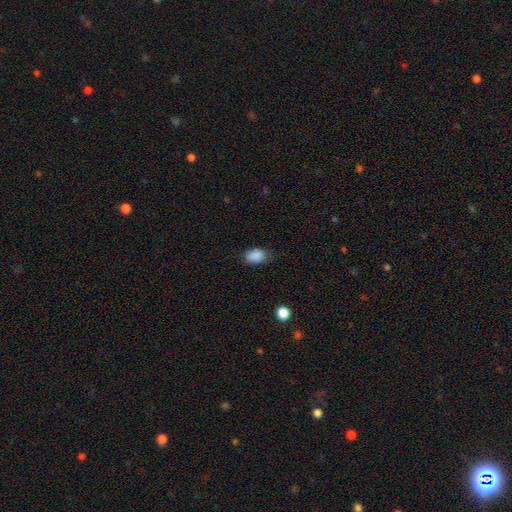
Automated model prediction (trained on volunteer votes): Smooth or featured: smooth — 88% (star or artifact — 8%)
How rounded: in between — 85% (round — 14%)
Merging: none — 71% (minor disturbance — 23%)